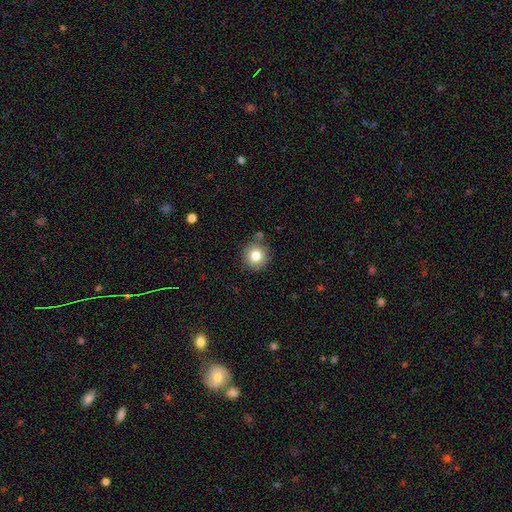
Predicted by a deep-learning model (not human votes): smooth-or-featured: smooth: 78% | star or artifact: 11% | featured or disk: 10%
  how-rounded: round: 94% | in between: 5% | cigar-shaped: 1%
  merging: none: 81% | minor disturbance: 11% | merger: 5% | major disturbance: 3%